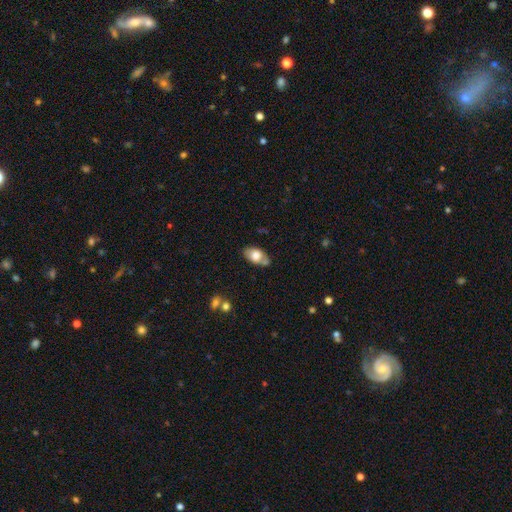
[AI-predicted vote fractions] Morphology: type=smooth (69%); roundness=in between (90%); merging=none (61%).